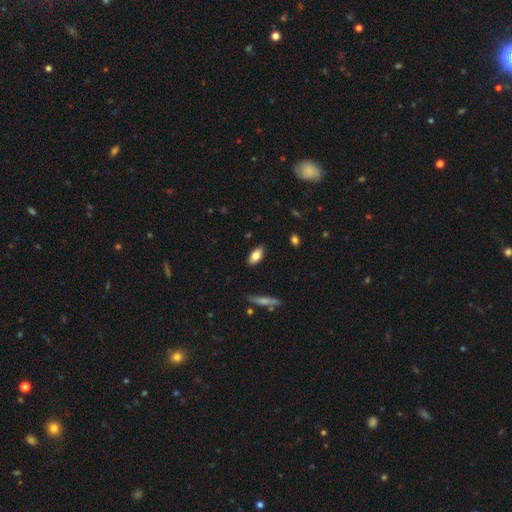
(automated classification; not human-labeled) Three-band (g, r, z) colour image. It shows a smooth galaxy with no disk features (77%) that is in between round and cigar-shaped (88%). Merging: none (86%).